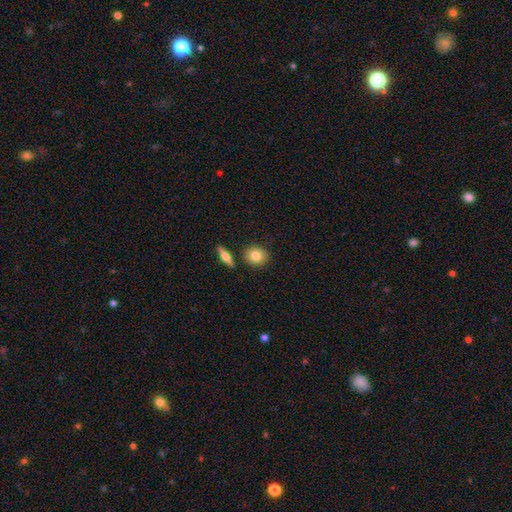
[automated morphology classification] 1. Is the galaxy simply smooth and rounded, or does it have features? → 81% smooth, 11% featured or disk, 7% star or artifact.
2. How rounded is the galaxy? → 73% round, 25% in between, 2% cigar-shaped.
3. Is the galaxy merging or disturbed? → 83% none, 8% minor disturbance, 6% merger, 2% major disturbance.